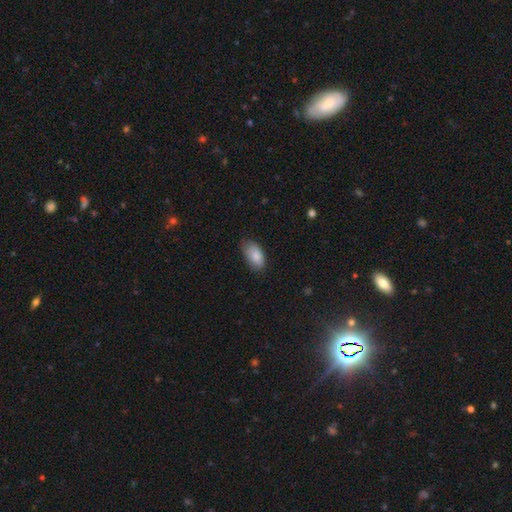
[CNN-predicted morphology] Smooth or featured? Predicted: smooth (p=0.86). How rounded? Predicted: in between (p=0.94). Merging? Predicted: none (p=0.67).